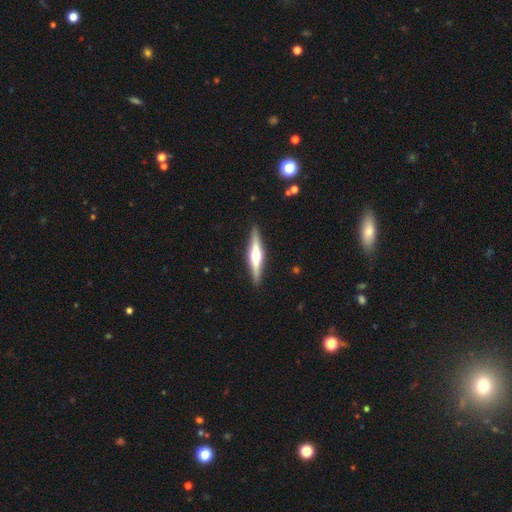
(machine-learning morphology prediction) featured or disk 69%, smooth 26%, star or artifact 5%. Down the decision tree: edge-on disk — yes (97%); edge-on bulge — rounded (88%); merging — none (91%).